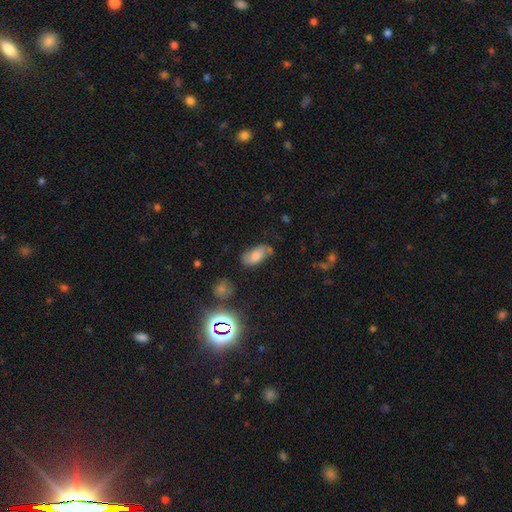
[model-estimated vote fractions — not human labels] Smooth or featured? Predicted: smooth (p=0.57). How rounded? Predicted: in between (p=0.89). Merging? Predicted: none (p=0.65).